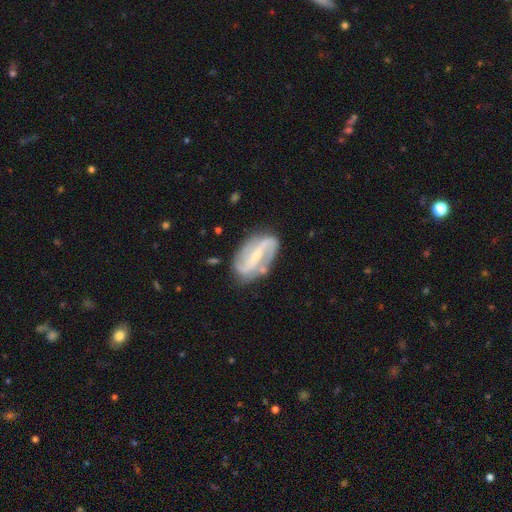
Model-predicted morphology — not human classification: Smooth or featured: featured or disk — 85% (smooth — 10%)
Edge-on disk: no — 96% (yes — 4%)
Bar: strong — 56% (weak — 30%)
Spiral arms: yes — 94% (no — 6%)
Spiral winding: loose — 43% (medium — 37%)
Spiral arm count: 2 — 87% (can't tell — 6%)
Bulge size: small — 58% (moderate — 23%)
Merging: none — 73% (minor disturbance — 17%)